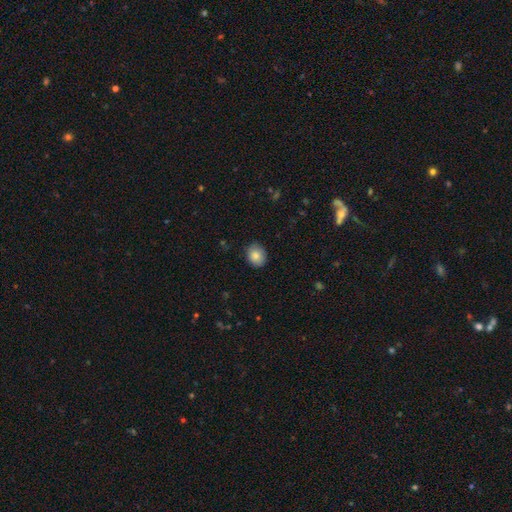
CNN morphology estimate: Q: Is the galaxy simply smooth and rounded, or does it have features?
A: smooth — 85%.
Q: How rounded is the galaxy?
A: round — 63%.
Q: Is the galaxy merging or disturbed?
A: none — 83%.